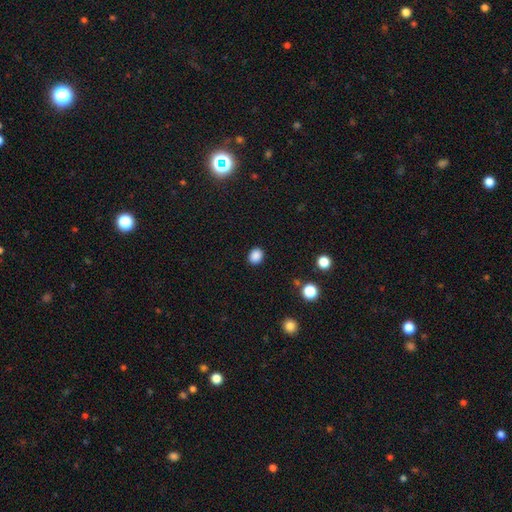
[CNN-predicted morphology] smooth 87%, star or artifact 10%, featured or disk 3%. Down the decision tree: how rounded — round (59%); merging — none (90%).